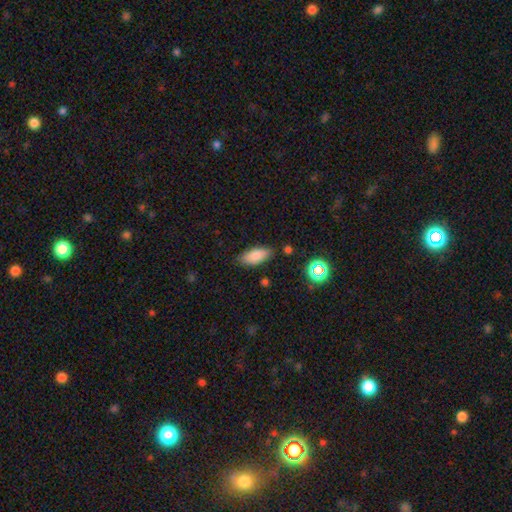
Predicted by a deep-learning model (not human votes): Smooth or featured? Predicted: smooth (p=0.83). How rounded? Predicted: in between (p=0.84). Merging? Predicted: none (p=0.82).